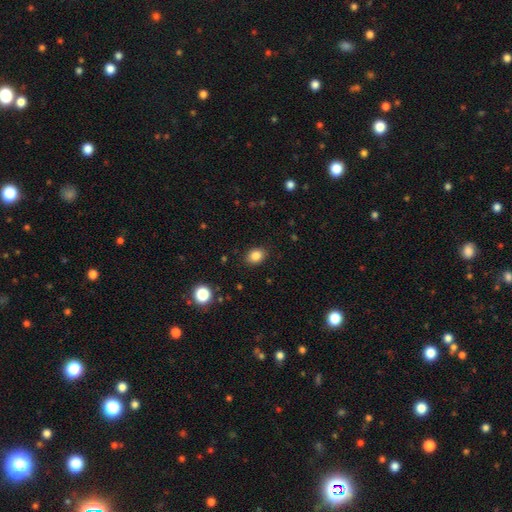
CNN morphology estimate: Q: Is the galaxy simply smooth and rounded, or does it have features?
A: smooth — 85%.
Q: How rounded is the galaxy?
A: in between — 60%.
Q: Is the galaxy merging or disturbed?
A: none — 88%.